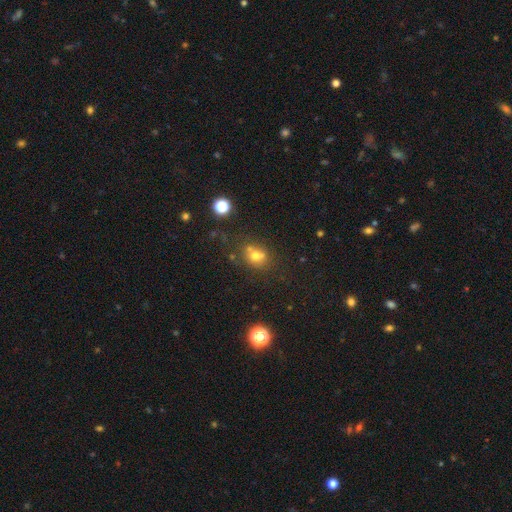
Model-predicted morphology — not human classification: Smooth or featured?
  - smooth: 65% *
  - star or artifact: 19%
  - featured or disk: 16%
How rounded?
  - round: 65% *
  - in between: 34%
  - cigar-shaped: 1%
Merging?
  - none: 49% *
  - merger: 31%
  - minor disturbance: 14%
  - major disturbance: 6%